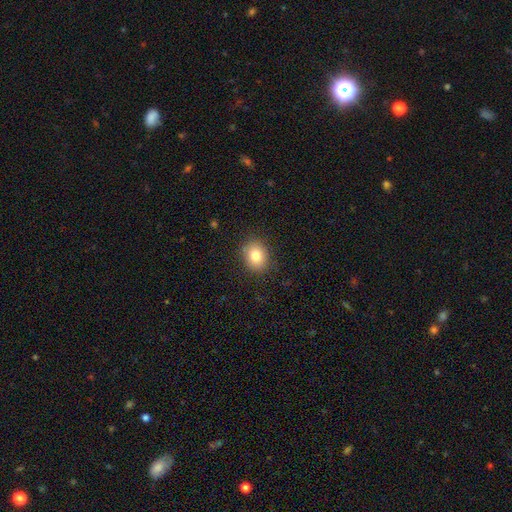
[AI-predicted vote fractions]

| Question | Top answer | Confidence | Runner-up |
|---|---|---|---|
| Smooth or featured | smooth | 81% | star or artifact (10%) |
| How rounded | round | 53% | in between (46%) |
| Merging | none | 86% | minor disturbance (10%) |